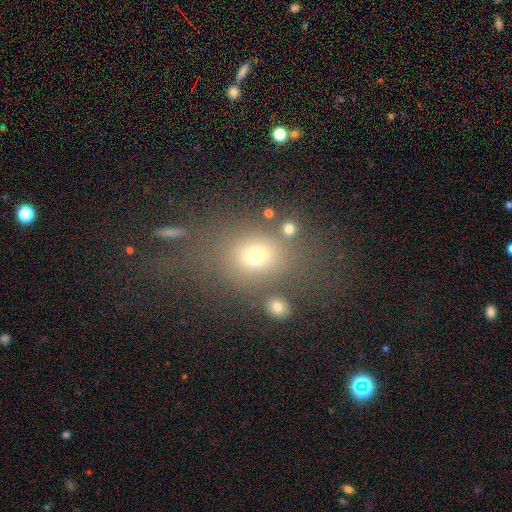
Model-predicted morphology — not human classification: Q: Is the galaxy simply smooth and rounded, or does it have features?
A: smooth — 68%.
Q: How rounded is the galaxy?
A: round — 50%.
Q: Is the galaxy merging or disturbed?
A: none — 64%.